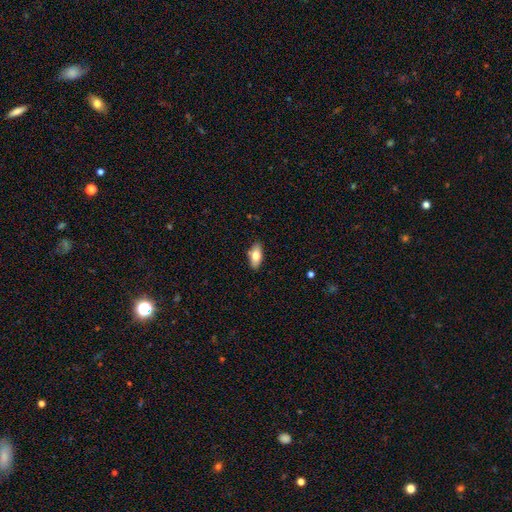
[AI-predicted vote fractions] smooth 76%, featured or disk 18%, star or artifact 7%. Down the decision tree: how rounded — in between (86%); merging — none (85%).